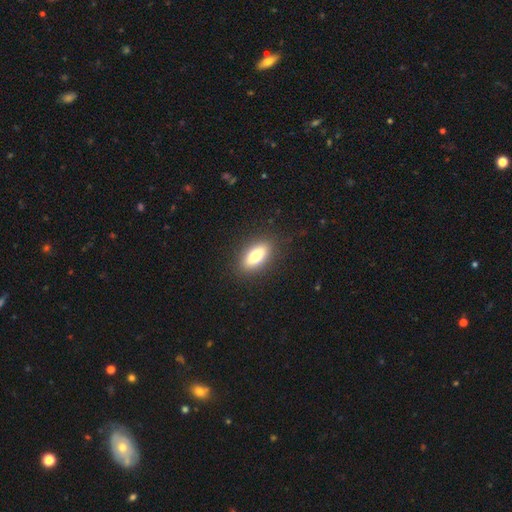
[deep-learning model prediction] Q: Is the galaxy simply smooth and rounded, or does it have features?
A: smooth — 73%.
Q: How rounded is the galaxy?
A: in between — 78%.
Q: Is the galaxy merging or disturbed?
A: none — 88%.